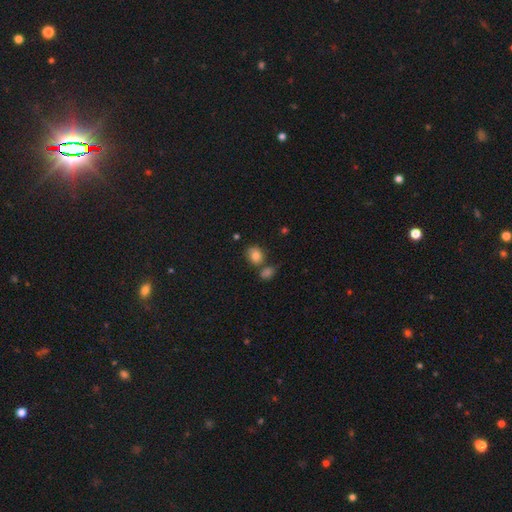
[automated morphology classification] type=smooth (82%); roundness=round (63%); merging=none (58%).